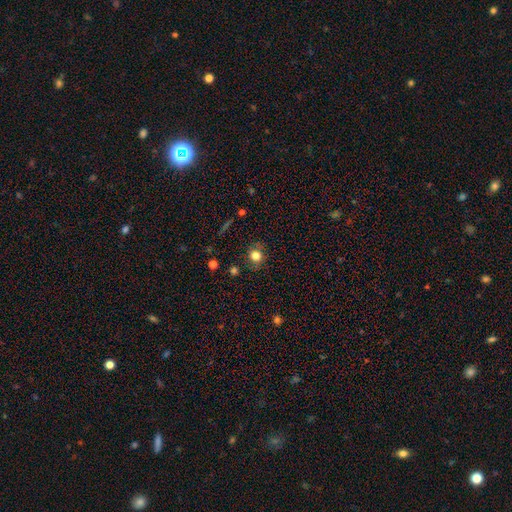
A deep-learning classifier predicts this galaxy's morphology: type=smooth (79%); roundness=round (80%); merging=none (80%).